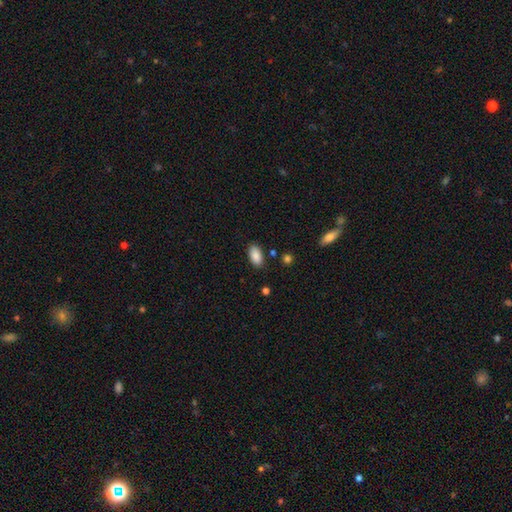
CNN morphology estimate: type=smooth (89%); roundness=in between (94%); merging=none (85%).